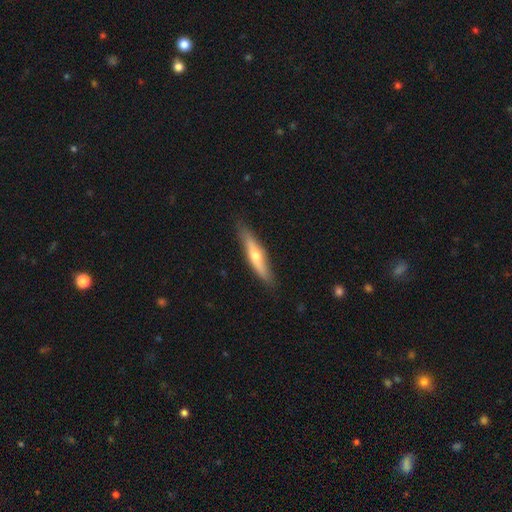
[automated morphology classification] featured or disk 51%, smooth 44%, star or artifact 6%. Down the decision tree: edge-on disk — yes (89%); merging — none (86%).